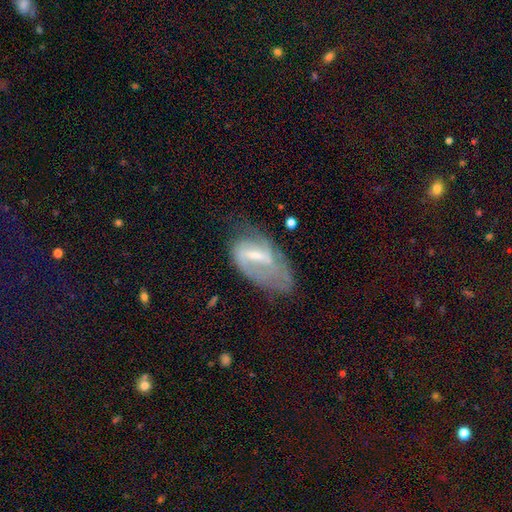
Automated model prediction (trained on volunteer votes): Smooth or featured? Predicted: featured or disk (p=0.65). Edge-on disk? Predicted: no (p=0.93). Bar? Predicted: weak (p=0.47). Spiral arms? Predicted: yes (p=0.68). Bulge size? Predicted: small (p=0.40). Merging? Predicted: none (p=0.36).